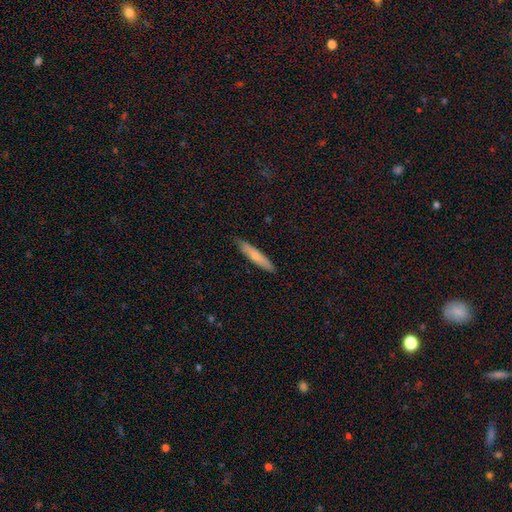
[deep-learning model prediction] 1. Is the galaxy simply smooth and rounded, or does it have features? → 69% smooth, 25% featured or disk, 6% star or artifact.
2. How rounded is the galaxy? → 90% cigar-shaped, 9% in between, 1% round.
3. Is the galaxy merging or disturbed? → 88% none, 9% minor disturbance, 2% major disturbance, 1% merger.